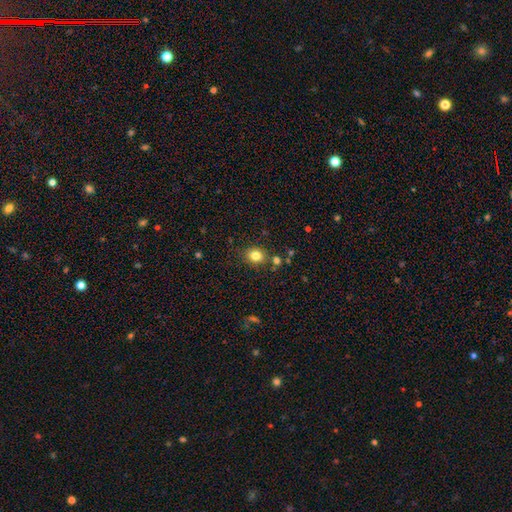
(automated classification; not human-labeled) smooth_or_featured: smooth (p=0.81) [alt: star or artifact p=0.12]
how_rounded: round (p=0.62) [alt: in between p=0.37]
merging: none (p=0.80) [alt: minor disturbance p=0.11]